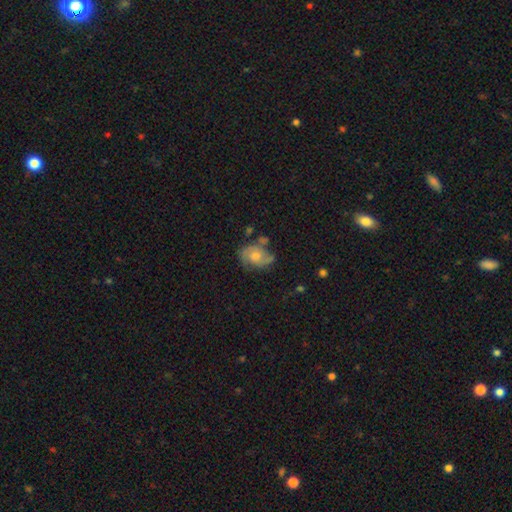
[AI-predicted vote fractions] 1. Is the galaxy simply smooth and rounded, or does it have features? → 51% featured or disk, 41% smooth, 8% star or artifact.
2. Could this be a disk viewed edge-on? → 97% no, 3% yes.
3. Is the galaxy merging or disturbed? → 48% none, 29% minor disturbance, 14% major disturbance, 8% merger.